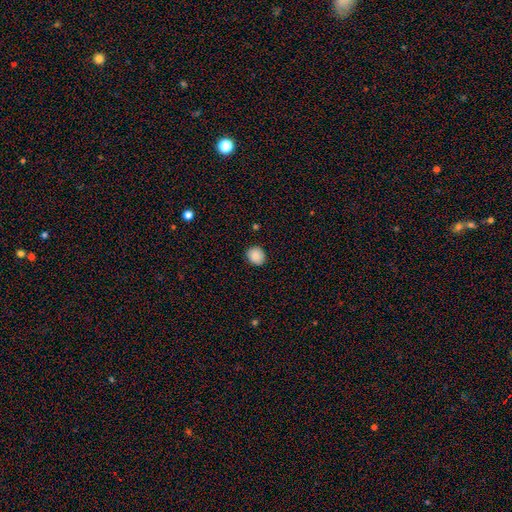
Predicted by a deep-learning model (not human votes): A smooth galaxy with no disk features (89%) that is round (84%).

Vote fractions:
- Smooth or featured? smooth: 89% / star or artifact: 9% / featured or disk: 3%
- How rounded? round: 84% / in between: 15% / cigar-shaped: 1%
- Merging? none: 90% / minor disturbance: 7% / major disturbance: 2% / merger: 1%